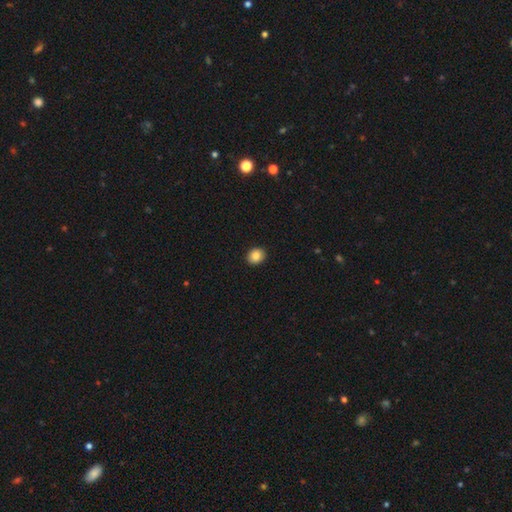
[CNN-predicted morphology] Smooth or featured? smooth (85%)
How rounded? round (67%)
Merging? none (92%)